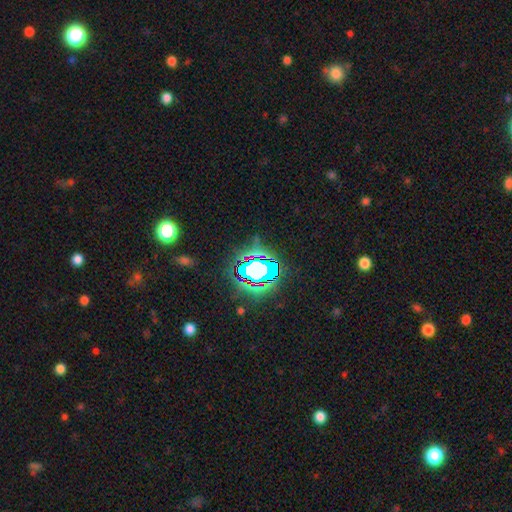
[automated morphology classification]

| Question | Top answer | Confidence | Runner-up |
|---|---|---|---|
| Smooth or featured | star or artifact | 81% | smooth (12%) |